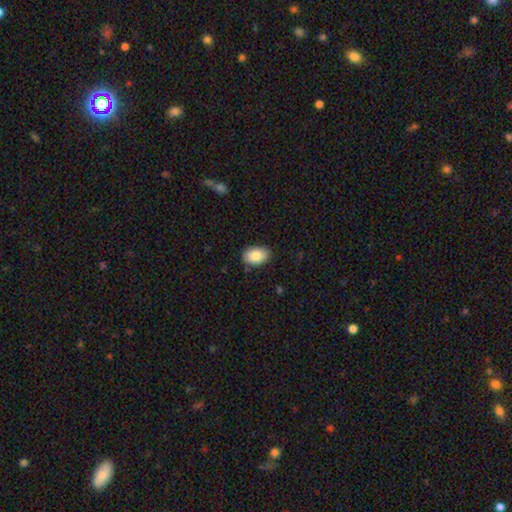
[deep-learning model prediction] Smooth or featured: smooth — 86% (featured or disk — 7%)
How rounded: in between — 85% (round — 14%)
Merging: none — 83% (minor disturbance — 13%)